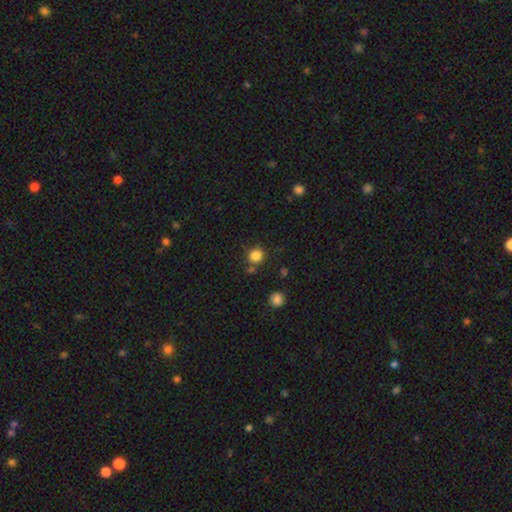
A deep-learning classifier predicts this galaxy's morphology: Smooth or featured: smooth — 83% (star or artifact — 12%)
How rounded: round — 91% (in between — 8%)
Merging: none — 76% (minor disturbance — 10%)